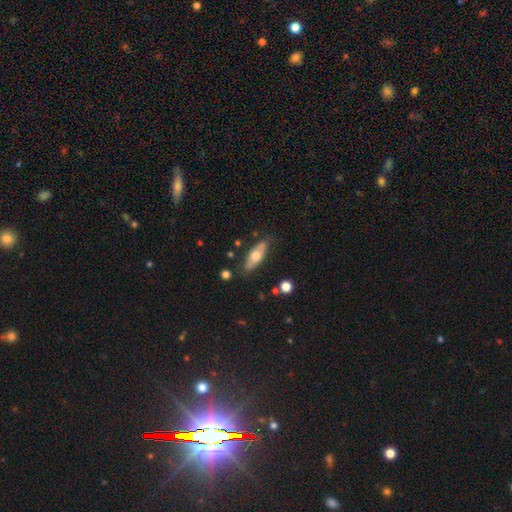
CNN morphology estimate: smooth 54%, featured or disk 40%, star or artifact 6%. Down the decision tree: how rounded — in between (57%); merging — none (78%).